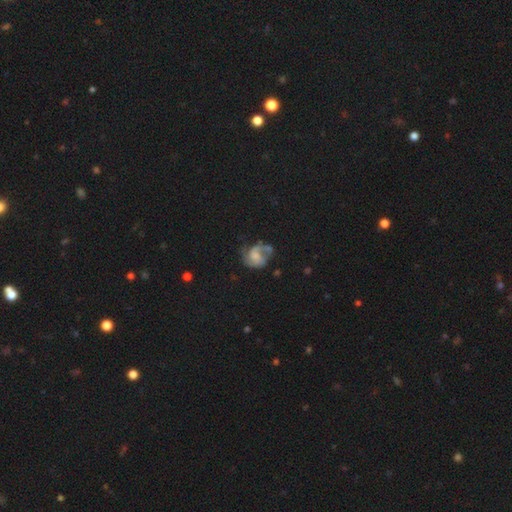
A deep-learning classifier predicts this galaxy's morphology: Overall: featured or disk (66%; smooth 26%). Edge-on disk: no (98%). Bar: no (64%; weak 30%). Spiral arms: yes (84%). Spiral arm count: 2 (60%). Spiral winding: medium (46%; tight 28%). Bulge size: moderate (31%; none 27%). Merging: none (40%; major disturbance 27%).